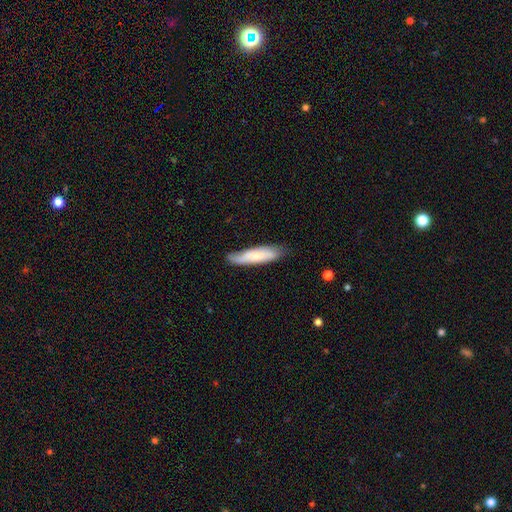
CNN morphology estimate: This is likely a smooth galaxy (64%). How rounded: likely cigar-shaped (72%). Merging: likely none (72%).